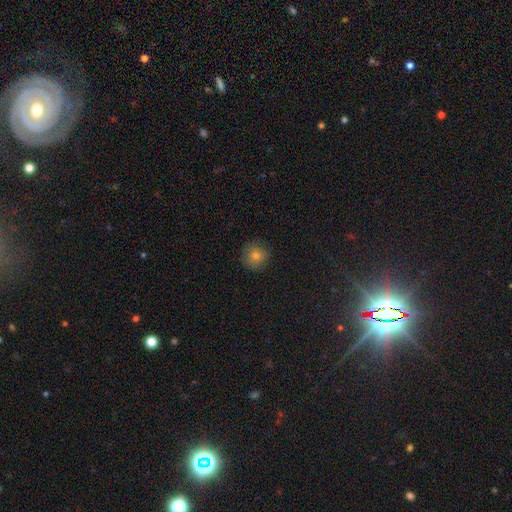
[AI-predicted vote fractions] Smooth or featured? Predicted: smooth (p=0.77). How rounded? Predicted: round (p=0.95). Merging? Predicted: none (p=0.89).